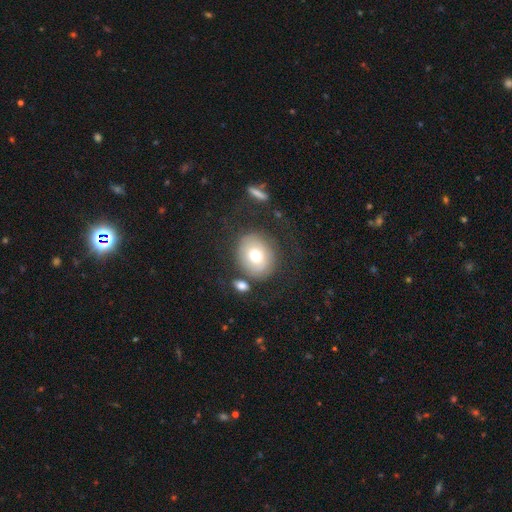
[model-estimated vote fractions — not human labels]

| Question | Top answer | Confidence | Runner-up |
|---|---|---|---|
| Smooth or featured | smooth | 64% | featured or disk (28%) |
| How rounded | round | 57% | in between (42%) |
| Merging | none | 71% | minor disturbance (15%) |